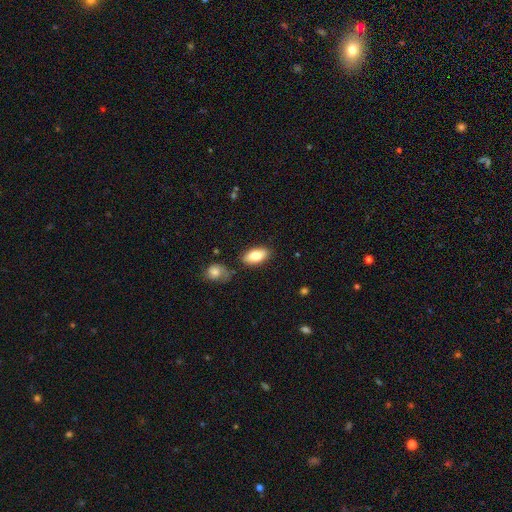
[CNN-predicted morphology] smooth_or_featured: smooth (p=0.82) [alt: featured or disk p=0.12]
how_rounded: in between (p=0.91) [alt: cigar-shaped p=0.05]
merging: none (p=0.81) [alt: minor disturbance p=0.11]